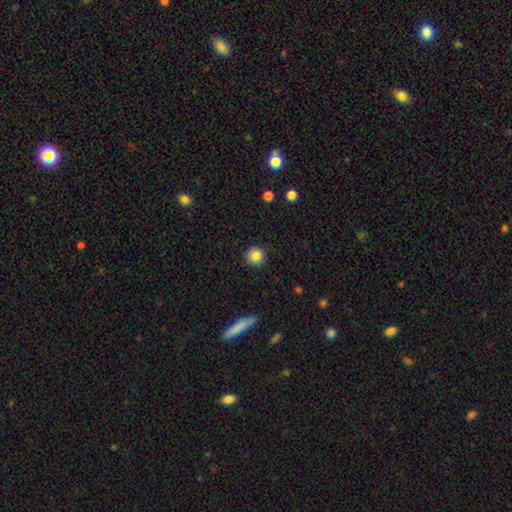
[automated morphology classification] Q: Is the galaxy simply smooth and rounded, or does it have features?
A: smooth — 86%.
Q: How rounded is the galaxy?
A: round — 93%.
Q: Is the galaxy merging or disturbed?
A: none — 90%.